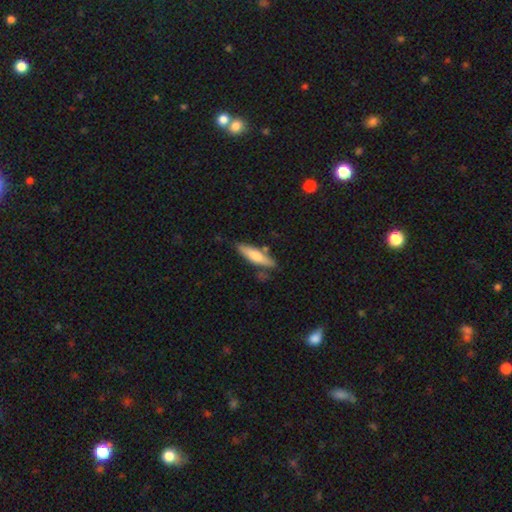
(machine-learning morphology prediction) Smooth or featured? Predicted: smooth (p=0.61). How rounded? Predicted: cigar-shaped (p=0.73). Merging? Predicted: none (p=0.75).